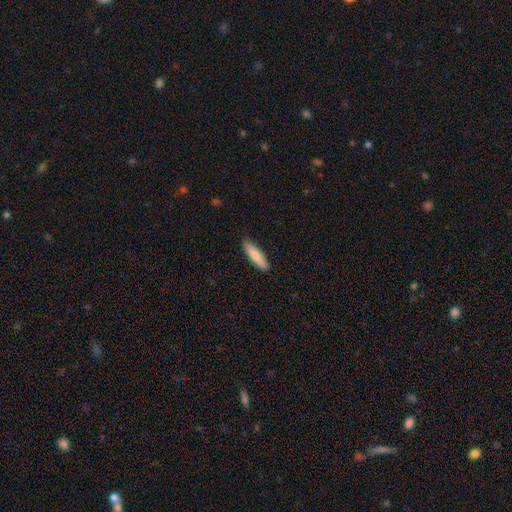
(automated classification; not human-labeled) The model was most divided on "how rounded": cigar-shaped: 78%, in between: 21%, round: 1%. More confident: merging — none (89%); smooth or featured — smooth (84%).